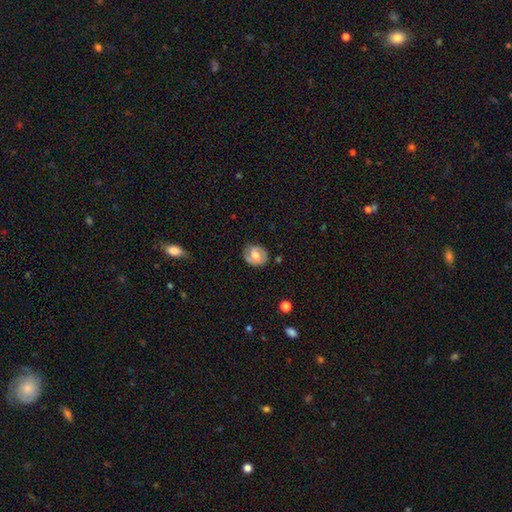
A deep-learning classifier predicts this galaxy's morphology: Smooth or featured? Predicted: smooth (p=0.46, tied with featured or disk). Merging? Predicted: none (p=0.77).